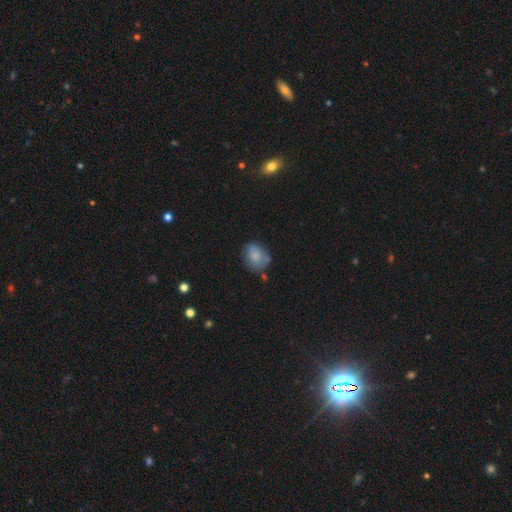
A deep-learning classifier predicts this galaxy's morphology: Smooth or featured?
  - smooth: 77% *
  - featured or disk: 15%
  - star or artifact: 8%
How rounded?
  - round: 50% *
  - in between: 49%
  - cigar-shaped: 1%
Merging?
  - none: 58% *
  - minor disturbance: 26%
  - merger: 8%
  - major disturbance: 8%